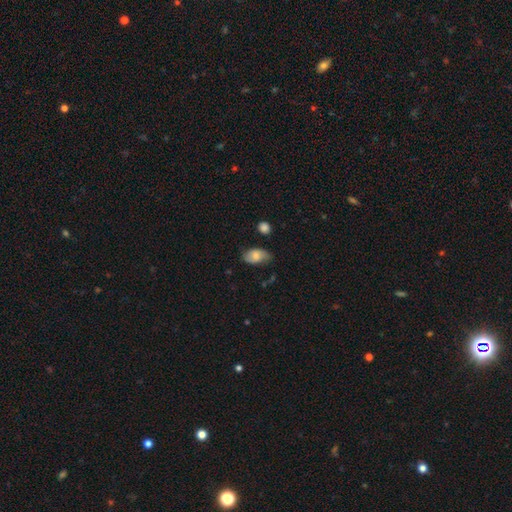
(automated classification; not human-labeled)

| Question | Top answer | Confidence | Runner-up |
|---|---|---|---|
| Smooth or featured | smooth | 68% | featured or disk (24%) |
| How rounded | in between | 92% | round (7%) |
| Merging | none | 67% | minor disturbance (26%) |